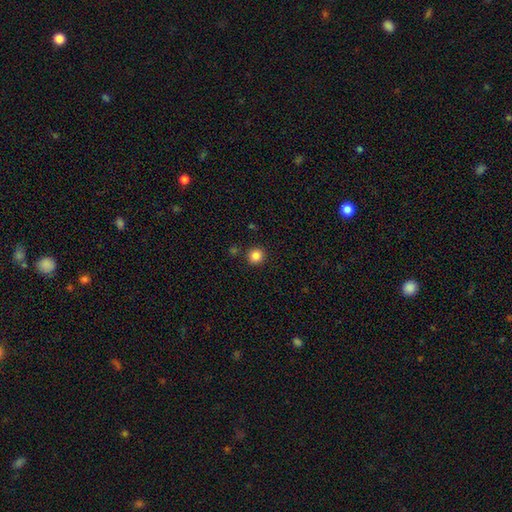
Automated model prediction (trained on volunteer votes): Smooth or featured?
  - smooth: 86% *
  - star or artifact: 11%
  - featured or disk: 3%
How rounded?
  - round: 92% *
  - in between: 7%
  - cigar-shaped: 1%
Merging?
  - none: 90% *
  - minor disturbance: 5%
  - merger: 3%
  - major disturbance: 2%